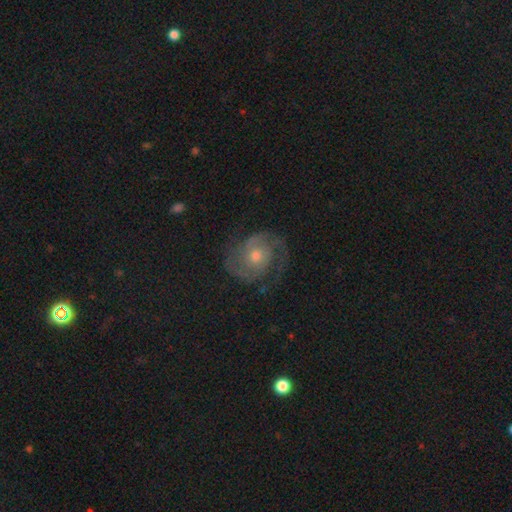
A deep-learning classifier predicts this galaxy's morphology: The model was most divided on "spiral winding" (2-way tie): medium: 44%, tight: 44%, loose: 12%. More confident: edge-on disk — no (98%); spiral arms — yes (96%); smooth or featured — featured or disk (85%); spiral arm count — 2 (77%); bar — no (75%); merging — none (73%); bulge size — moderate (60%).